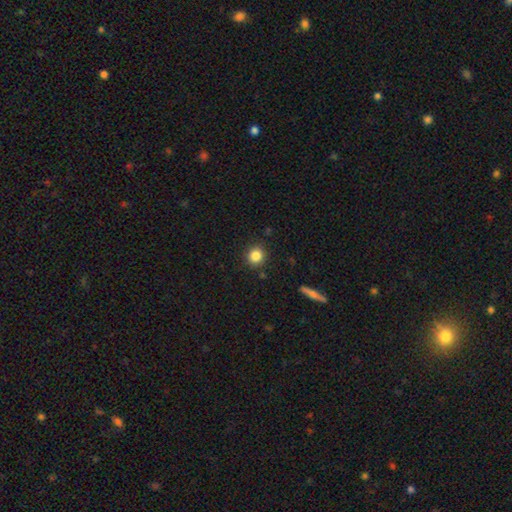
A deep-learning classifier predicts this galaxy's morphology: Smooth or featured? Predicted: smooth (p=0.84). How rounded? Predicted: round (p=0.88). Merging? Predicted: none (p=0.88).